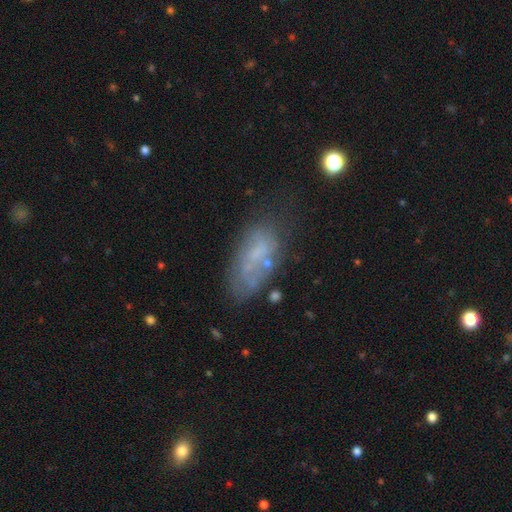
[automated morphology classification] A smooth galaxy with no disk features (49%).

Vote fractions:
- Smooth or featured? smooth: 49% / featured or disk: 39% / star or artifact: 12%
- Merging? none: 50% / minor disturbance: 26% / major disturbance: 16% / merger: 8%